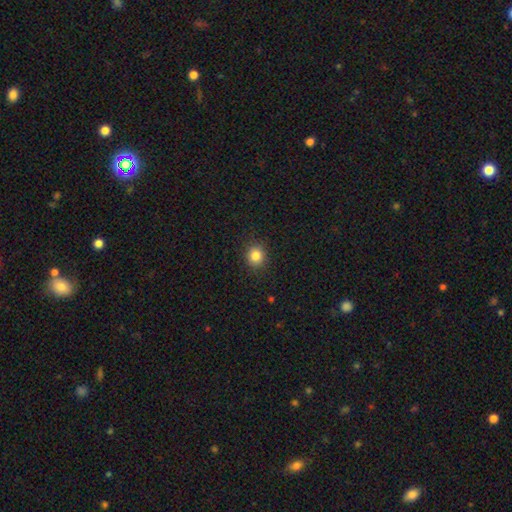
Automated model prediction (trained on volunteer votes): smooth-or-featured: smooth: 84% | star or artifact: 11% | featured or disk: 5%
  how-rounded: round: 85% | in between: 14% | cigar-shaped: 1%
  merging: none: 91% | minor disturbance: 6% | major disturbance: 2% | merger: 1%